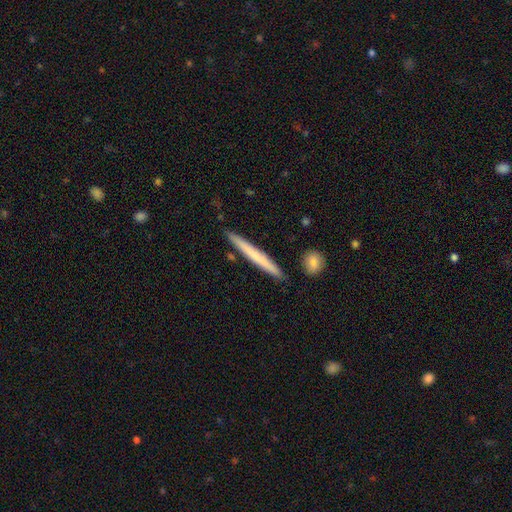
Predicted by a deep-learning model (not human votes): Q: Smooth or featured?
A: smooth (61%); runner-up: featured or disk (33%)
Q: How rounded?
A: cigar-shaped (97%); runner-up: in between (2%)
Q: Merging?
A: none (89%); runner-up: minor disturbance (7%)